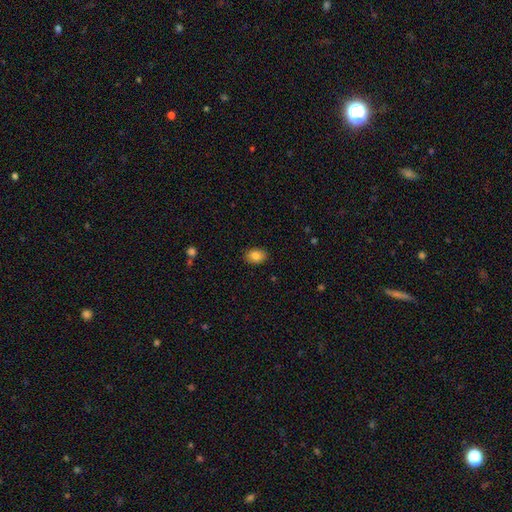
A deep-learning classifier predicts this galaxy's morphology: This is clearly a smooth galaxy (85%). How rounded: likely in between (74%). Merging: clearly none (88%).